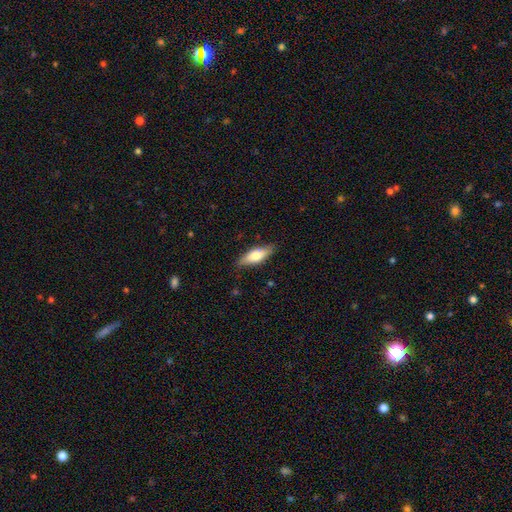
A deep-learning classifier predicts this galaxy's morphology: Q: Smooth or featured?
A: smooth (69%); runner-up: featured or disk (25%)
Q: How rounded?
A: in between (66%); runner-up: cigar-shaped (32%)
Q: Merging?
A: none (81%); runner-up: minor disturbance (15%)